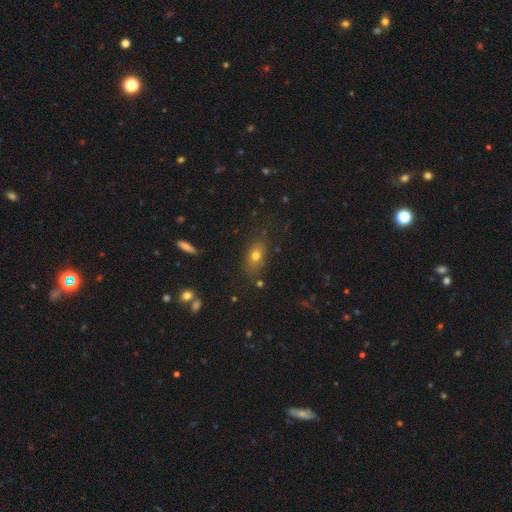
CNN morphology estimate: type=smooth (72%); roundness=in between (76%); merging=none (78%).